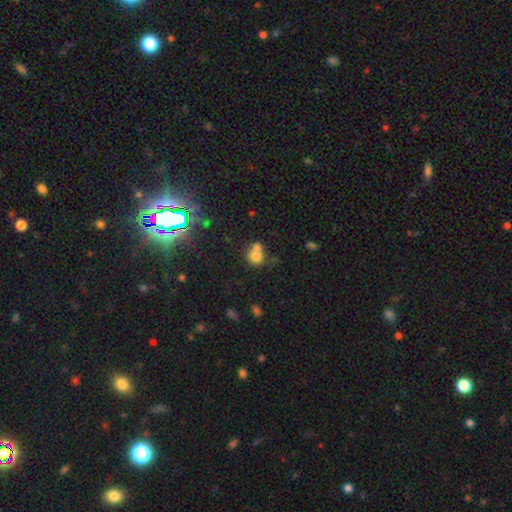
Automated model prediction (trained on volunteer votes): A smooth galaxy with no disk features (72%) that is round (77%). Merging: merger (52%).